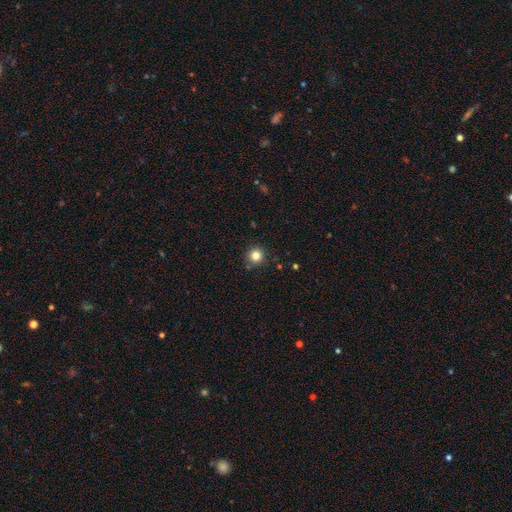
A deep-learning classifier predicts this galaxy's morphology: smooth 82%, star or artifact 12%, featured or disk 6%. Down the decision tree: how rounded — round (95%); merging — none (89%).